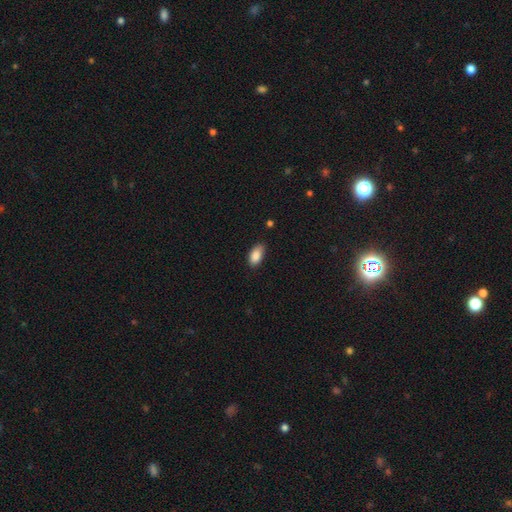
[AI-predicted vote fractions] The model was most divided on "merging": none: 76%, minor disturbance: 20%, major disturbance: 3%, merger: 1%. More confident: how rounded — in between (92%); smooth or featured — smooth (88%).